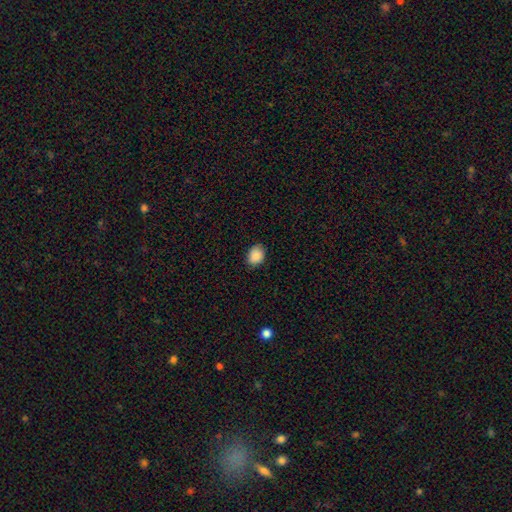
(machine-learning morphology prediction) Q: Smooth or featured?
A: smooth (89%); runner-up: star or artifact (8%)
Q: How rounded?
A: in between (61%); runner-up: round (38%)
Q: Merging?
A: none (83%); runner-up: minor disturbance (13%)